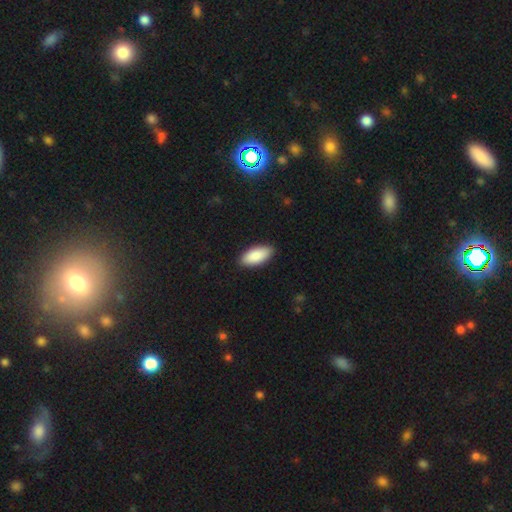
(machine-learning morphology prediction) smooth 89%, featured or disk 6%, star or artifact 5%. Down the decision tree: how rounded — in between (91%); merging — none (89%).